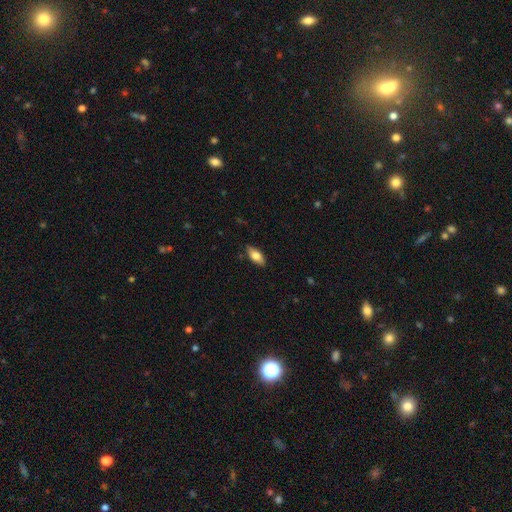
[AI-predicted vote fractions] smooth 75%, featured or disk 19%, star or artifact 6%. Down the decision tree: how rounded — in between (85%); merging — none (86%).